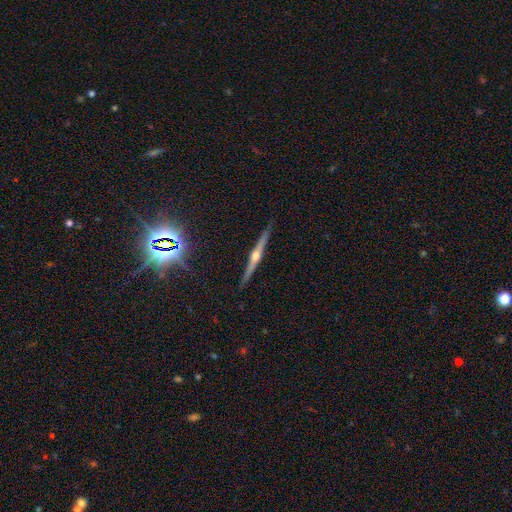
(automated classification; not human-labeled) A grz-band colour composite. It shows a featured or disk galaxy (80%) viewed edge-on (98%) with a rounded central bulge (93%). Merging: none (92%).